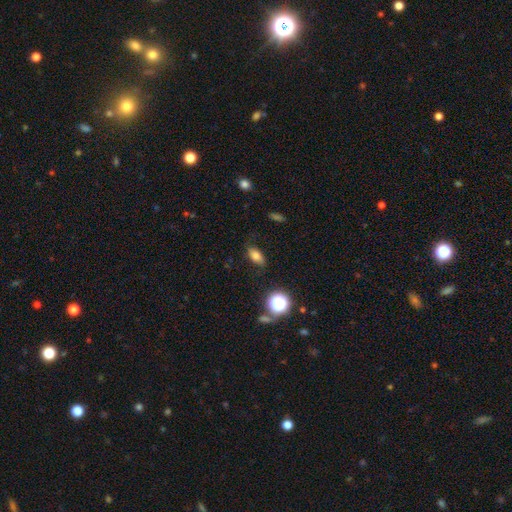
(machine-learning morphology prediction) smooth_or_featured: smooth (p=0.73) [alt: star or artifact p=0.14]
how_rounded: in between (p=0.83) [alt: round p=0.10]
merging: none (p=0.80) [alt: minor disturbance p=0.15]